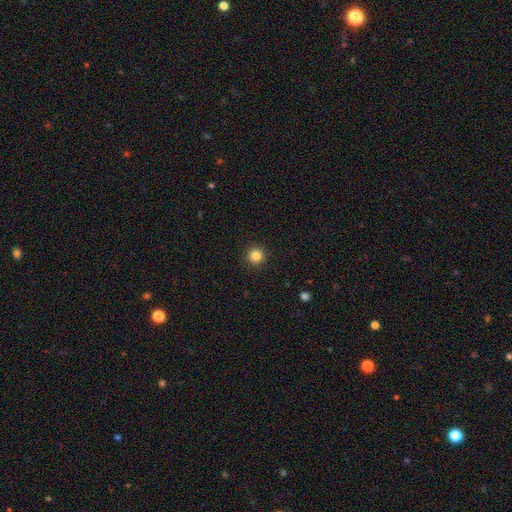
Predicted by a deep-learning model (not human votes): A smooth galaxy with no disk features (84%) that is round (96%). Merging: none (92%).